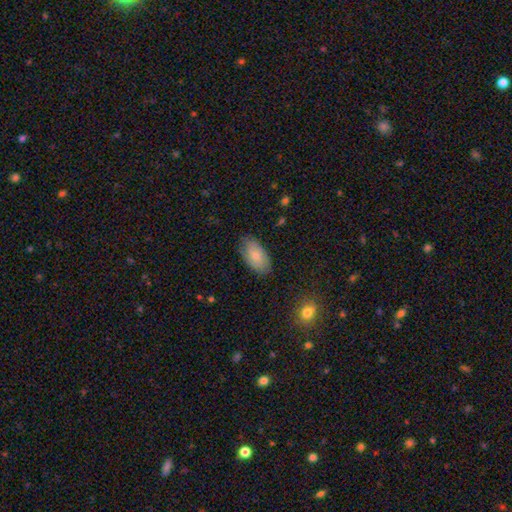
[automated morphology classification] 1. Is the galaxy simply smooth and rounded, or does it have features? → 78% smooth, 15% featured or disk, 7% star or artifact.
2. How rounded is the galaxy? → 94% in between, 3% round, 3% cigar-shaped.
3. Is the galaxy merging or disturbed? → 80% none, 16% minor disturbance, 3% major disturbance, 1% merger.